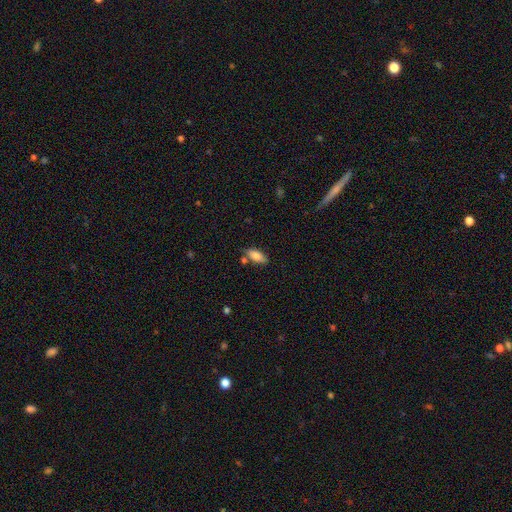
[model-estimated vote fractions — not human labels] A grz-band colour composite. It shows a smooth galaxy with no disk features (83%) that is in between round and cigar-shaped (82%). Merging: none (73%).